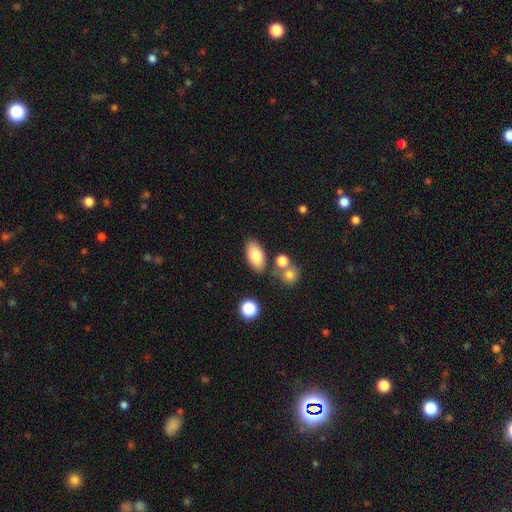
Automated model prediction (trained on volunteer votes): Q: Smooth or featured?
A: smooth (80%); runner-up: featured or disk (12%)
Q: How rounded?
A: in between (91%); runner-up: round (5%)
Q: Merging?
A: none (75%); runner-up: minor disturbance (12%)